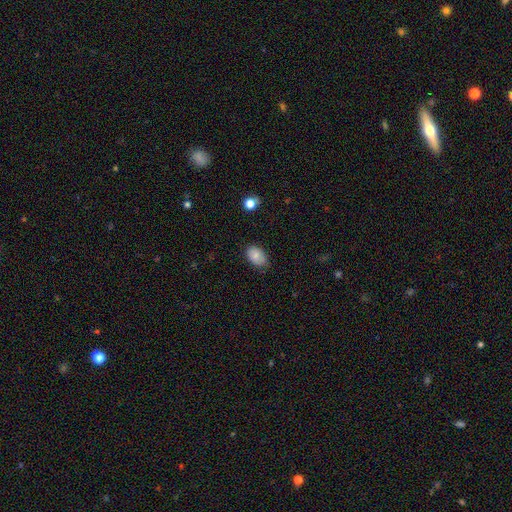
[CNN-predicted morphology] Smooth or featured?
  - smooth: 84% *
  - star or artifact: 8%
  - featured or disk: 8%
How rounded?
  - in between: 87% *
  - round: 12%
  - cigar-shaped: 1%
Merging?
  - none: 74% *
  - minor disturbance: 21%
  - major disturbance: 3%
  - merger: 1%